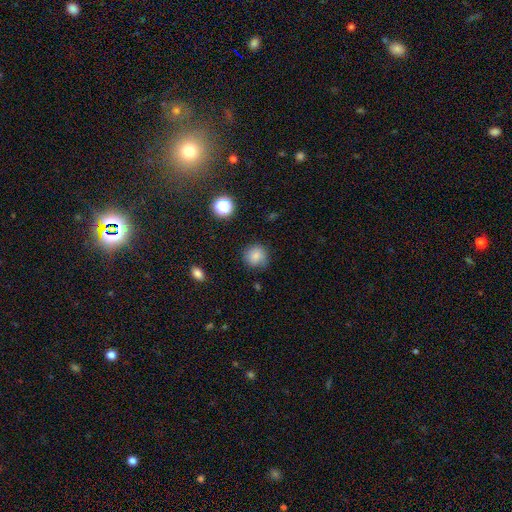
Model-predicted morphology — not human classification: smooth_or_featured: smooth (p=0.81) [alt: star or artifact p=0.12]
how_rounded: round (p=0.88) [alt: in between p=0.11]
merging: none (p=0.77) [alt: minor disturbance p=0.17]